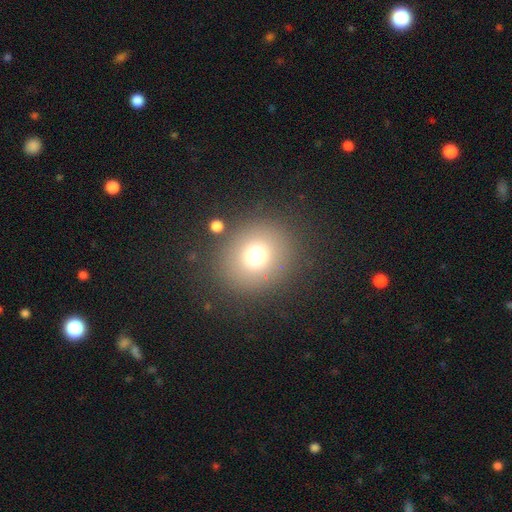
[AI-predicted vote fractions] smooth-or-featured: smooth: 73% | star or artifact: 17% | featured or disk: 10%
  how-rounded: round: 85% | in between: 14% | cigar-shaped: 1%
  merging: none: 85% | minor disturbance: 7% | major disturbance: 5% | merger: 3%